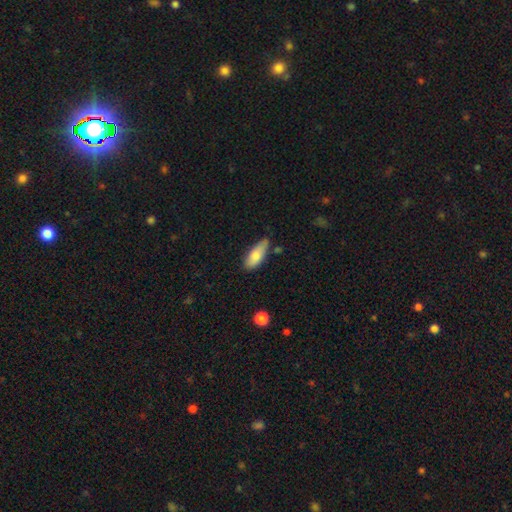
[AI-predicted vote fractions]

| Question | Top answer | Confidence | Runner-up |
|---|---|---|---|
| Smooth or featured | smooth | 77% | featured or disk (17%) |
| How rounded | in between | 78% | cigar-shaped (20%) |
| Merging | none | 60% | minor disturbance (30%) |